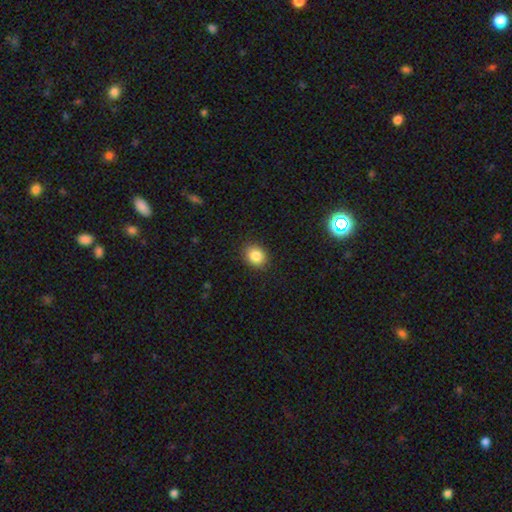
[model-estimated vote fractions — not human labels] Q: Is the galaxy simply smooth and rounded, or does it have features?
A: smooth — 85%.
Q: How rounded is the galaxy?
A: round — 60%.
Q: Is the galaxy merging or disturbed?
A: none — 89%.